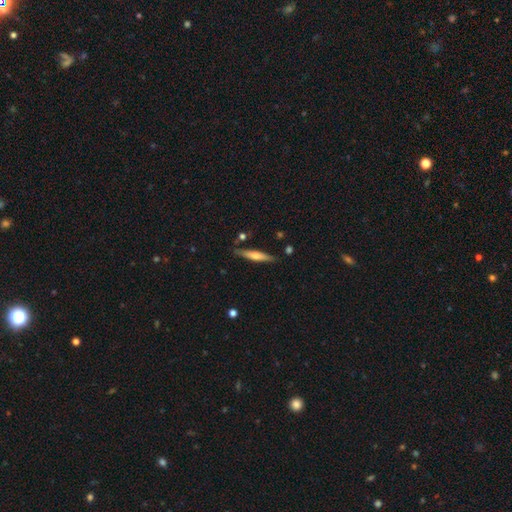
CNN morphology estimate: Smooth or featured? smooth (49%)
Merging? none (84%)